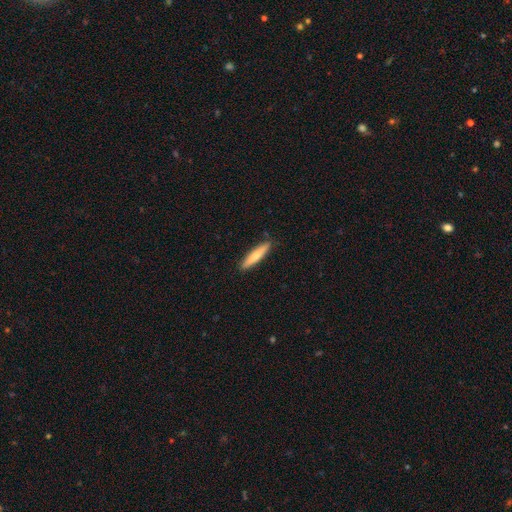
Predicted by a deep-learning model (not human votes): Smooth or featured: smooth — 71% (featured or disk — 24%)
How rounded: cigar-shaped — 88% (in between — 11%)
Merging: none — 89% (minor disturbance — 8%)